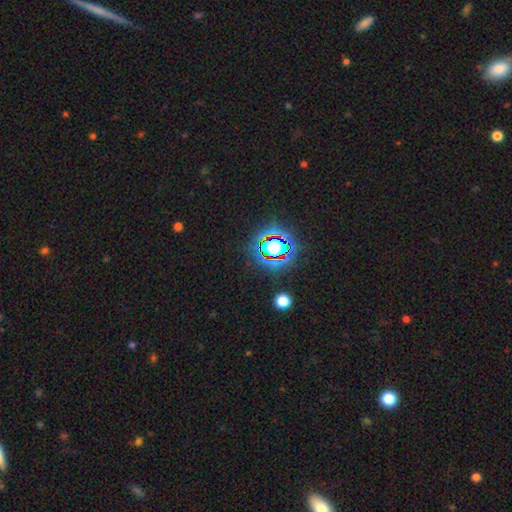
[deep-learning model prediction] Overall: star or artifact (82%).